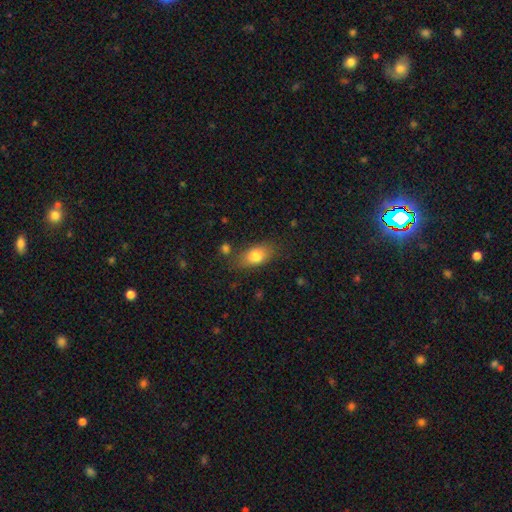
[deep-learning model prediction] Morphology: type=smooth (79%); roundness=in between (82%); merging=none (76%).